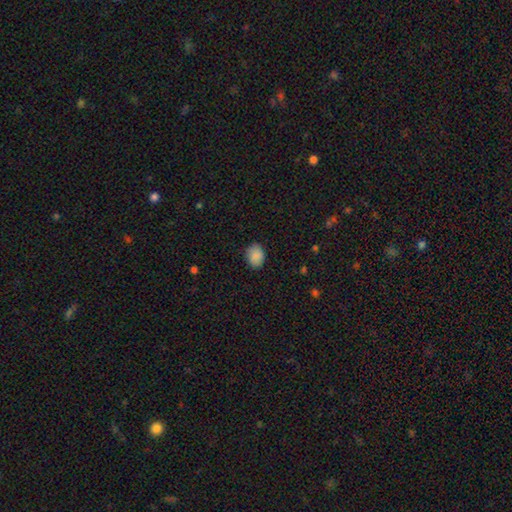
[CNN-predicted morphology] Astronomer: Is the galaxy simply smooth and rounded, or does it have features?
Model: smooth — 88%.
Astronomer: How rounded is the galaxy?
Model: in between — 58% (runner-up: round, 41%).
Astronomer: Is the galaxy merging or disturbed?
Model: none — 85%.